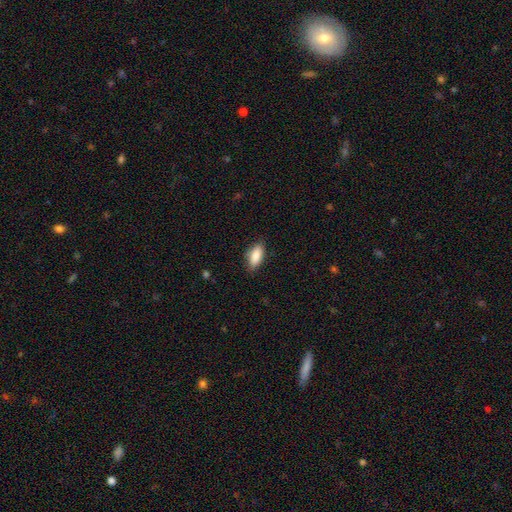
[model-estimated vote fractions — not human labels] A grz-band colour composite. It shows a smooth galaxy with no disk features (87%) that is in between round and cigar-shaped (83%). Merging: none (82%).